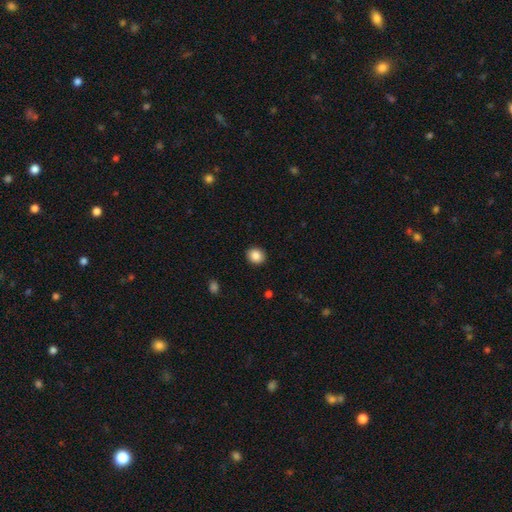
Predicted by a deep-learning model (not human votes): Q: Smooth or featured?
A: smooth (87%); runner-up: star or artifact (9%)
Q: How rounded?
A: round (77%); runner-up: in between (22%)
Q: Merging?
A: none (91%); runner-up: minor disturbance (6%)